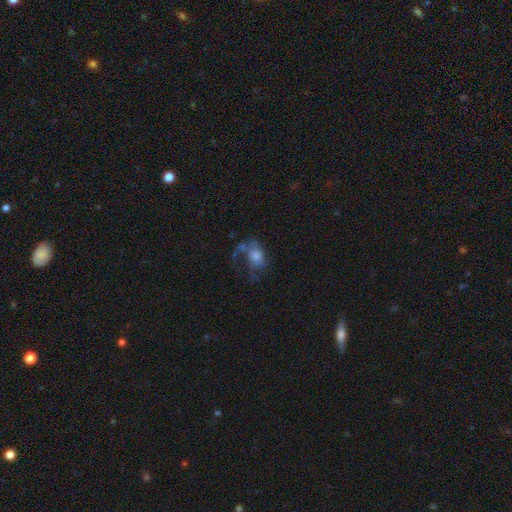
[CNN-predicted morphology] smooth-or-featured: smooth: 51% | featured or disk: 35% | star or artifact: 14%
  how-rounded: in between: 68% | round: 30% | cigar-shaped: 2%
  merging: major disturbance: 40% | none: 31% | minor disturbance: 20% | merger: 10%